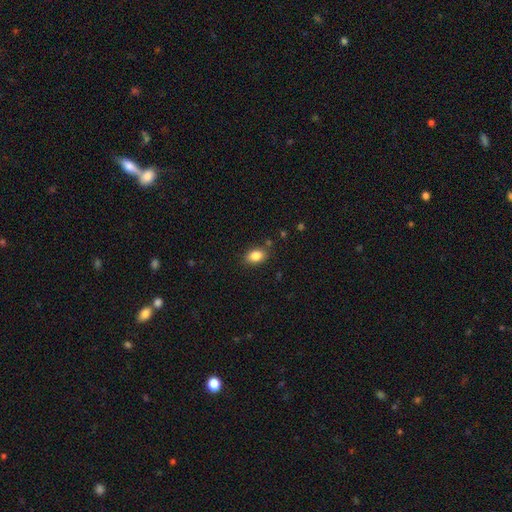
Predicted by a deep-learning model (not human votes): Smooth or featured? Predicted: smooth (p=0.85). How rounded? Predicted: in between (p=0.83). Merging? Predicted: none (p=0.84).